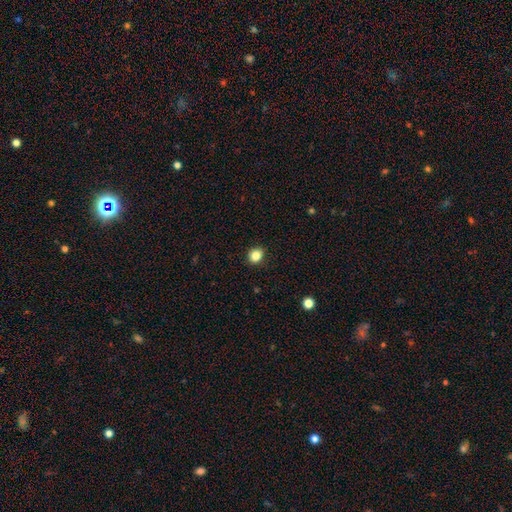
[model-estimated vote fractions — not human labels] The model was most divided on "how rounded": round: 71%, in between: 28%, cigar-shaped: 1%. More confident: merging — none (89%); smooth or featured — smooth (85%).